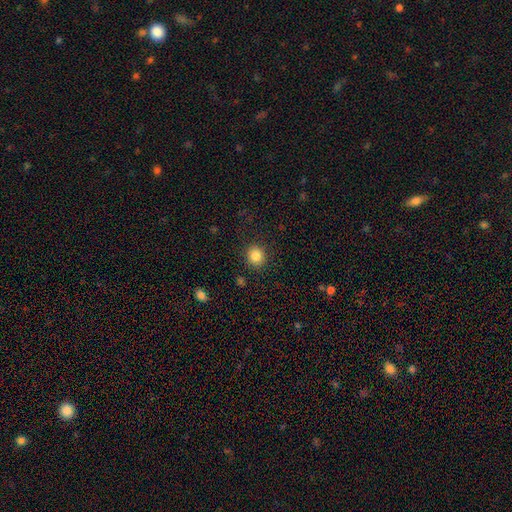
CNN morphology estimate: Smooth or featured?
  - smooth: 85% *
  - star or artifact: 10%
  - featured or disk: 4%
How rounded?
  - round: 86% *
  - in between: 13%
  - cigar-shaped: 1%
Merging?
  - none: 89% *
  - minor disturbance: 7%
  - major disturbance: 3%
  - merger: 1%